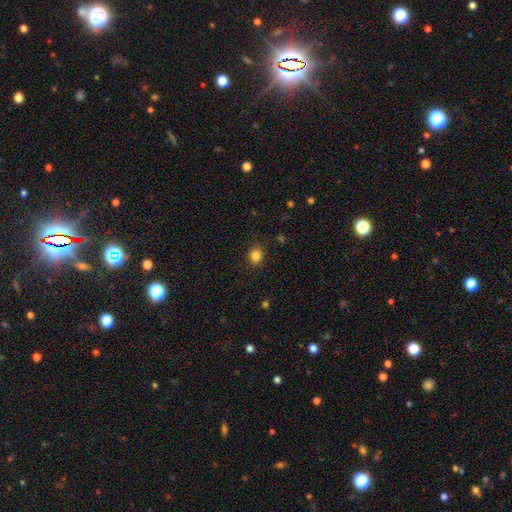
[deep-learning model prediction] Smooth or featured? Predicted: smooth (p=0.84). How rounded? Predicted: round (p=0.72). Merging? Predicted: none (p=0.87).